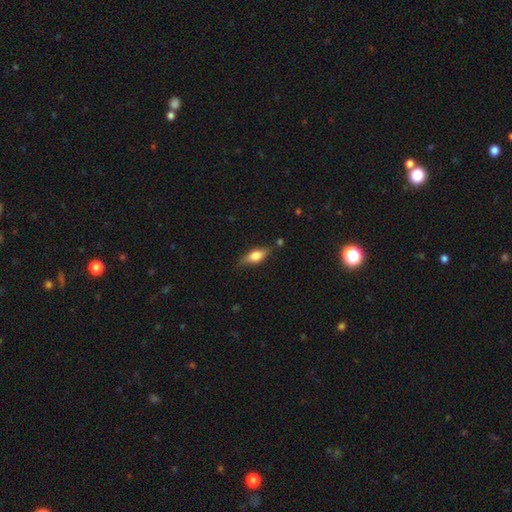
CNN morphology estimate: A smooth galaxy with no disk features (67%) that is in between round and cigar-shaped (72%).

Vote fractions:
- Smooth or featured? smooth: 67% / featured or disk: 26% / star or artifact: 7%
- How rounded? in between: 72% / cigar-shaped: 24% / round: 4%
- Merging? none: 74% / minor disturbance: 19% / major disturbance: 4% / merger: 3%